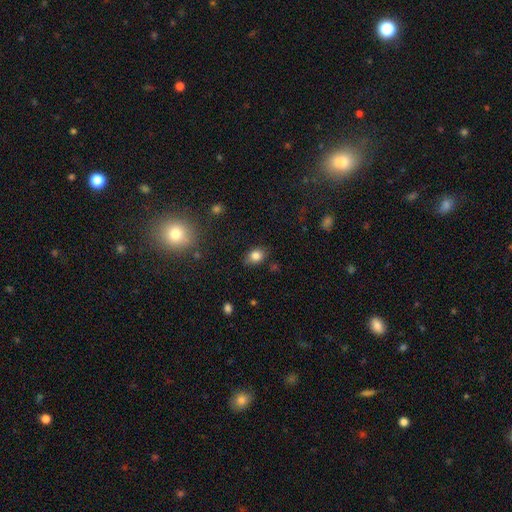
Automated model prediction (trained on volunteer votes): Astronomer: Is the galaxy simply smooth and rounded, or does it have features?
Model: smooth — 82%.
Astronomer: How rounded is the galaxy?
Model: in between — 72%.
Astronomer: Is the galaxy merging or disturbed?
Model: none — 79%.